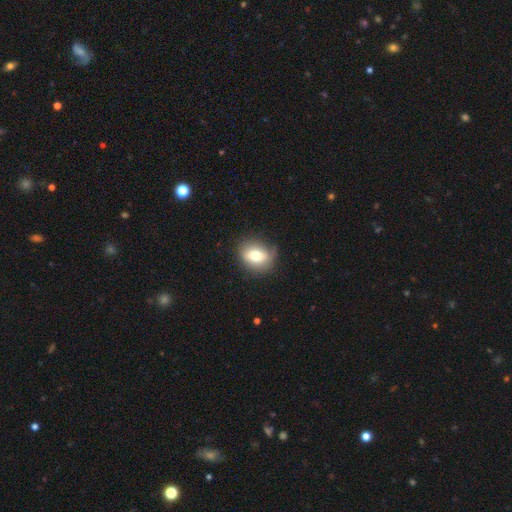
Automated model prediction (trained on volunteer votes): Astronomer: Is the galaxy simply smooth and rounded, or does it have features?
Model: smooth — 73%.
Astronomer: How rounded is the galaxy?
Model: in between — 56% (runner-up: round, 42%).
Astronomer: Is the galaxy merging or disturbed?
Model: none — 75%.